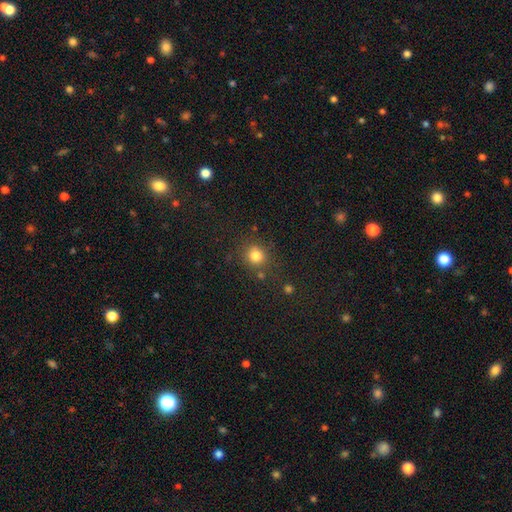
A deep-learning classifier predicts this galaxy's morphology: smooth 81%, star or artifact 14%, featured or disk 5%. Down the decision tree: how rounded — round (88%); merging — none (80%).